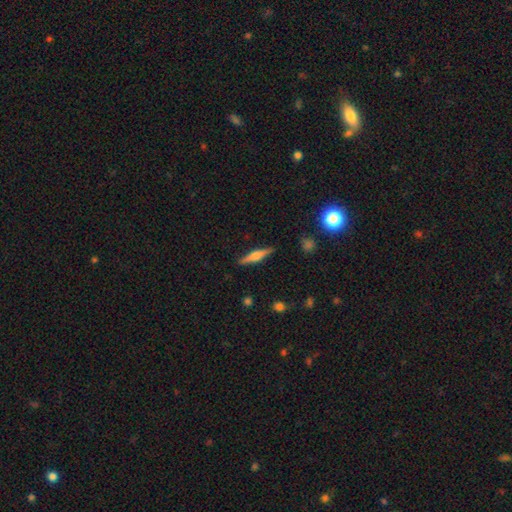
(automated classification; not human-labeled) Smooth or featured: featured or disk — 57% (smooth — 36%)
Edge-on disk: yes — 97% (no — 3%)
Edge-on bulge: rounded — 83% (boxy — 12%)
Merging: none — 89% (minor disturbance — 8%)